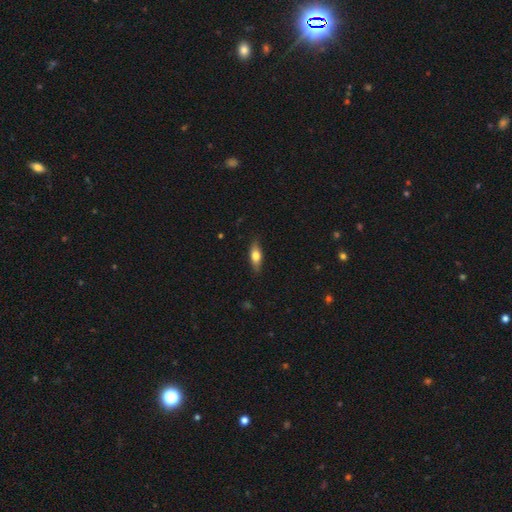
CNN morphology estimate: A smooth galaxy with no disk features (65%) that is in between round and cigar-shaped (65%).

Vote fractions:
- Smooth or featured? smooth: 65% / featured or disk: 28% / star or artifact: 6%
- How rounded? in between: 65% / cigar-shaped: 32% / round: 4%
- Merging? none: 83% / minor disturbance: 13% / major disturbance: 3% / merger: 1%